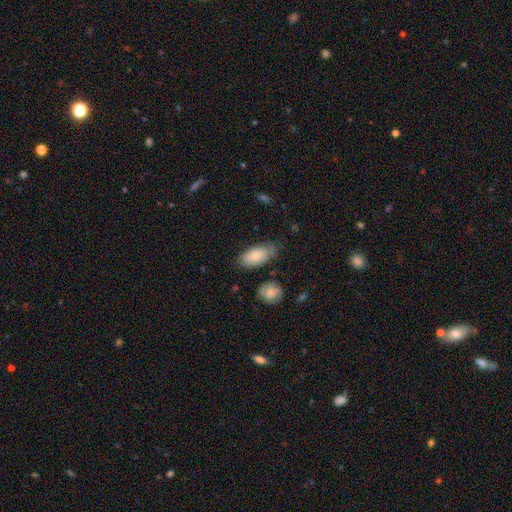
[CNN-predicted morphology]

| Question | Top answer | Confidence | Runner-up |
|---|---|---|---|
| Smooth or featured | smooth | 81% | featured or disk (13%) |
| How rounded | in between | 88% | cigar-shaped (9%) |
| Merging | none | 65% | minor disturbance (26%) |